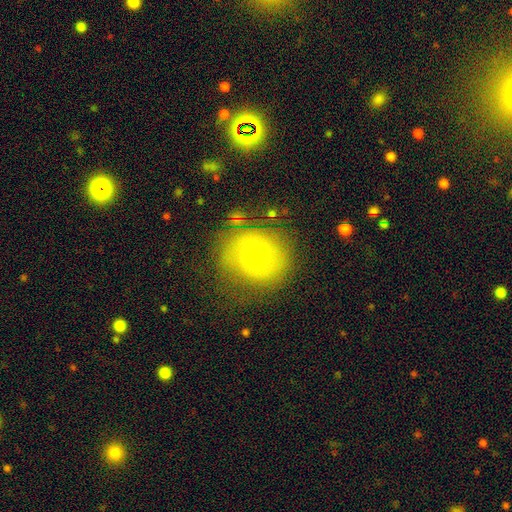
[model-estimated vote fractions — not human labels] Smooth or featured?
  - smooth: 56% *
  - featured or disk: 33%
  - star or artifact: 11%
How rounded?
  - round: 83% *
  - in between: 16%
  - cigar-shaped: 1%
Merging?
  - none: 69% *
  - minor disturbance: 19%
  - major disturbance: 10%
  - merger: 2%